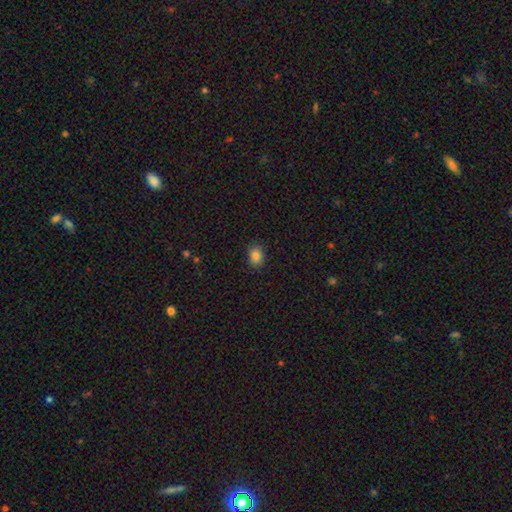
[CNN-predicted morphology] Smooth or featured: smooth — 85% (star or artifact — 11%)
How rounded: in between — 63% (round — 36%)
Merging: none — 88% (minor disturbance — 9%)